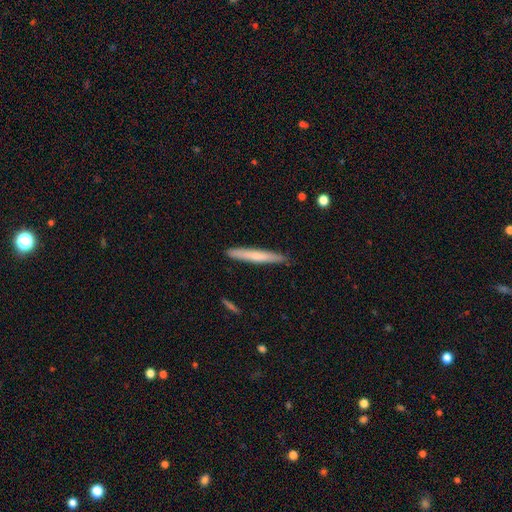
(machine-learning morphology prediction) Smooth or featured?
  - smooth: 62% *
  - featured or disk: 33%
  - star or artifact: 6%
How rounded?
  - cigar-shaped: 96% *
  - in between: 3%
  - round: 1%
Merging?
  - none: 89% *
  - minor disturbance: 8%
  - major disturbance: 1%
  - merger: 1%